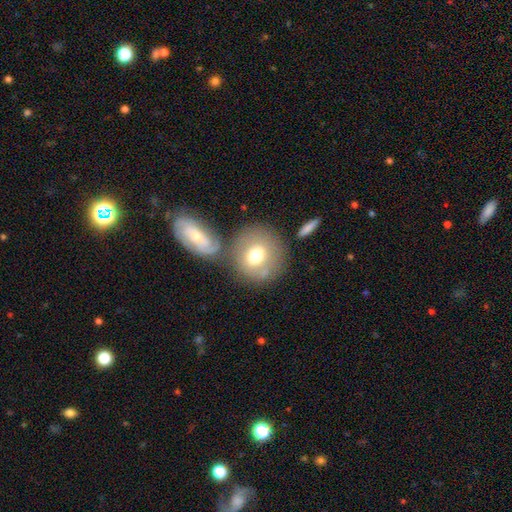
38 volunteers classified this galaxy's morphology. smooth 82%, featured or disk 16%, star or artifact 3%. Down the decision tree: how rounded — round (84%); merging — none (38%).